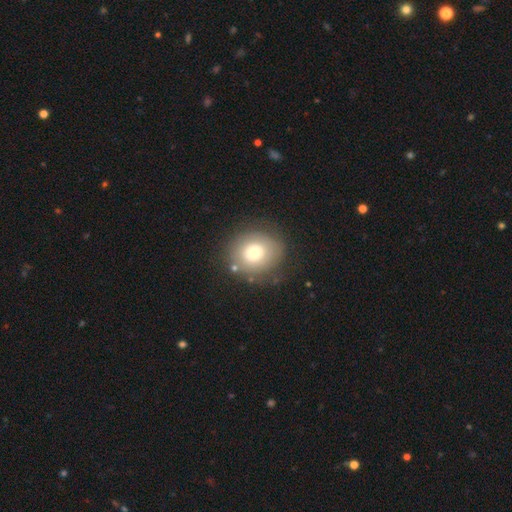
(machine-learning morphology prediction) Smooth or featured: smooth — 69% (featured or disk — 22%)
How rounded: round — 77% (in between — 22%)
Merging: none — 76% (minor disturbance — 14%)